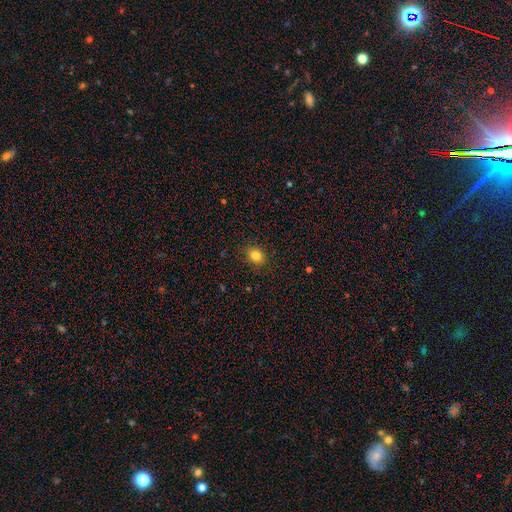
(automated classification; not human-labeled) Smooth or featured: smooth — 83% (star or artifact — 11%)
How rounded: round — 52% (in between — 47%)
Merging: none — 87% (minor disturbance — 9%)